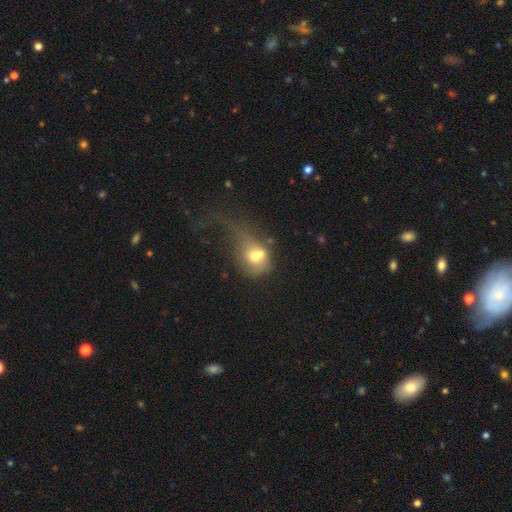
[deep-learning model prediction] Smooth or featured: smooth — 60% (featured or disk — 29%)
How rounded: round — 53% (in between — 46%)
Merging: merger — 43% (major disturbance — 31%)